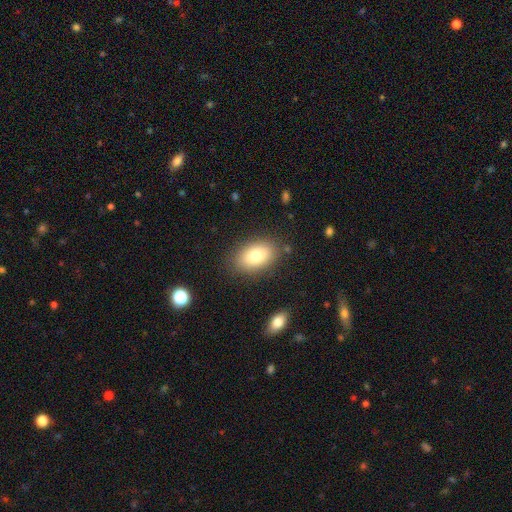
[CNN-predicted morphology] The model was most divided on "smooth or featured": smooth: 81%, featured or disk: 11%, star or artifact: 8%. More confident: how rounded — in between (90%); merging — none (84%).